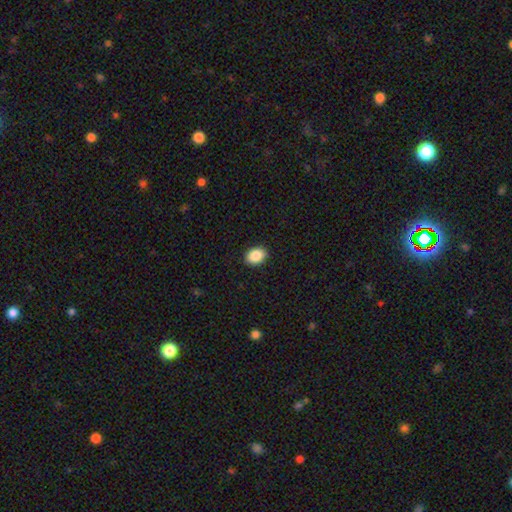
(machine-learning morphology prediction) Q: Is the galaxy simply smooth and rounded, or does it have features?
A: smooth — 88%.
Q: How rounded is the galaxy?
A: in between — 71%.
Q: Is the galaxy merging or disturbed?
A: none — 91%.